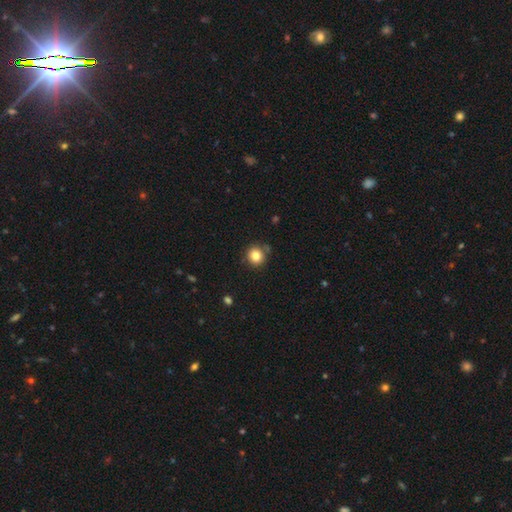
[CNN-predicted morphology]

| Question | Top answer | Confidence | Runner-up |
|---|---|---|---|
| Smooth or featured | smooth | 82% | star or artifact (11%) |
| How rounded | round | 92% | in between (7%) |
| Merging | none | 83% | minor disturbance (10%) |